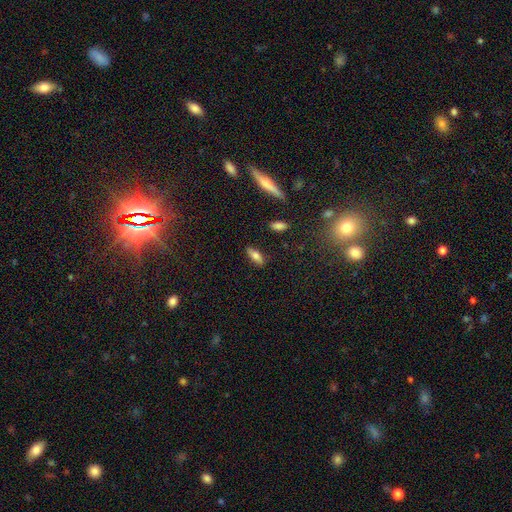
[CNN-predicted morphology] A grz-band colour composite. It shows a smooth galaxy with no disk features (73%) that is in between round and cigar-shaped (71%). Merging: none (84%).